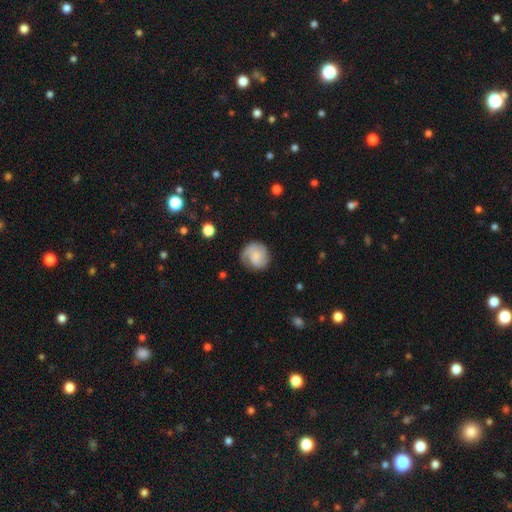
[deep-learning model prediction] The model was most divided on "bulge size": small: 37%, none: 34%, moderate: 21%, large: 6%, dominant: 2%. More confident: edge-on disk — no (98%); spiral arms — yes (90%); merging — none (71%); bar — no (65%); smooth or featured — featured or disk (51%).